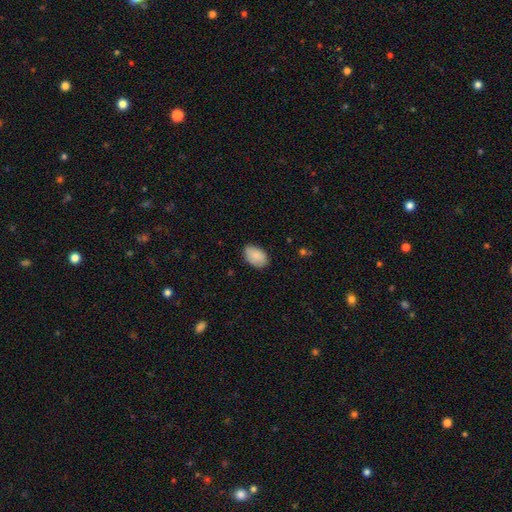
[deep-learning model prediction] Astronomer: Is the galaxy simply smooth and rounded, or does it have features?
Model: smooth — 86%.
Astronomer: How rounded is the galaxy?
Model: in between — 89%.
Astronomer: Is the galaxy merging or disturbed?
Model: none — 78%.